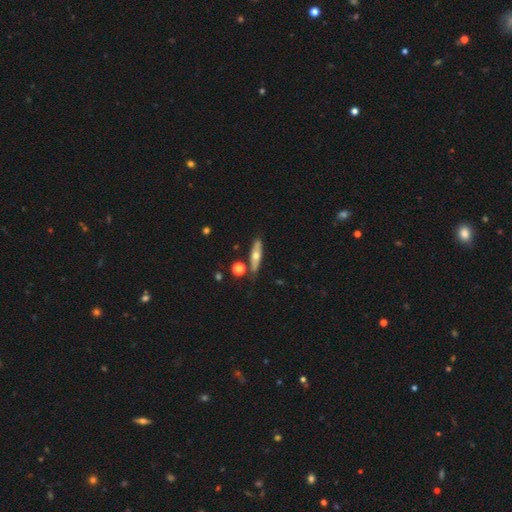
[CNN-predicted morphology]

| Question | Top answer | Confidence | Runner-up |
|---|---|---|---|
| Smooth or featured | smooth | 48% | featured or disk (45%) |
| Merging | none | 80% | minor disturbance (12%) |